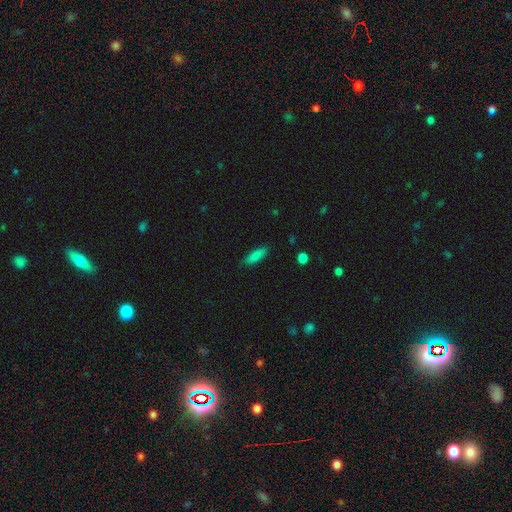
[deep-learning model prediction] Smooth or featured? Predicted: smooth (p=0.83). How rounded? Predicted: cigar-shaped (p=0.50). Merging? Predicted: none (p=0.85).